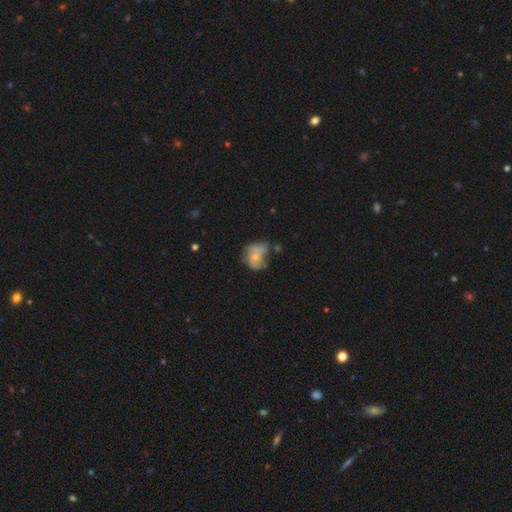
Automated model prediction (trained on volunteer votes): Q: Smooth or featured?
A: smooth (61%); runner-up: featured or disk (29%)
Q: How rounded?
A: in between (55%); runner-up: round (44%)
Q: Merging?
A: none (31%); runner-up: minor disturbance (30%)